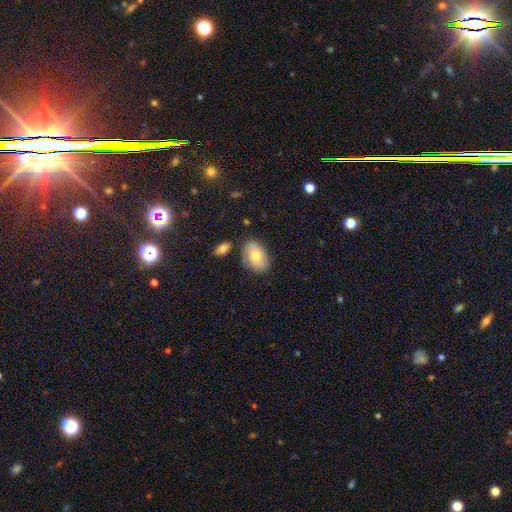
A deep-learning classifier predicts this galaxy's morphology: A smooth galaxy with no disk features (75%) that is in between round and cigar-shaped (87%).

Vote fractions:
- Smooth or featured? smooth: 75% / featured or disk: 18% / star or artifact: 7%
- How rounded? in between: 87% / round: 11% / cigar-shaped: 1%
- Merging? none: 75% / minor disturbance: 16% / merger: 5% / major disturbance: 4%